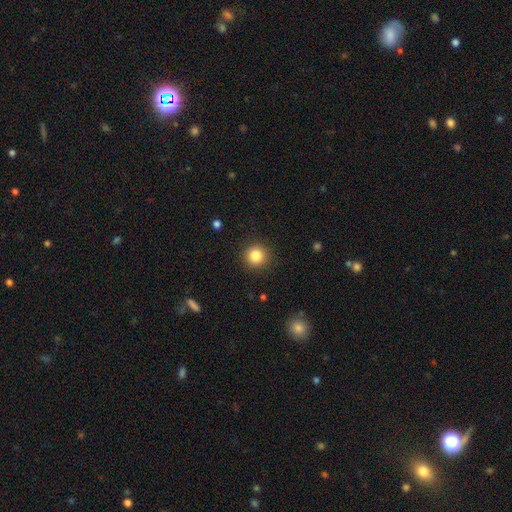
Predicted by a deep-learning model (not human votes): A smooth galaxy with no disk features (84%) that is round (94%).

Vote fractions:
- Smooth or featured? smooth: 84% / star or artifact: 10% / featured or disk: 5%
- How rounded? round: 94% / in between: 5% / cigar-shaped: 1%
- Merging? none: 91% / minor disturbance: 6% / major disturbance: 2% / merger: 1%